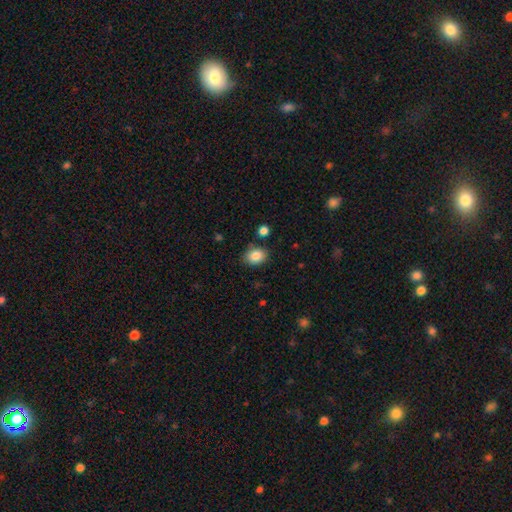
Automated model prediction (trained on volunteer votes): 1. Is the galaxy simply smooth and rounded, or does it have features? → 85% smooth, 9% star or artifact, 6% featured or disk.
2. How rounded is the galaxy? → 64% in between, 35% round, 1% cigar-shaped.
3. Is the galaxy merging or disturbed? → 81% none, 12% minor disturbance, 4% merger, 3% major disturbance.